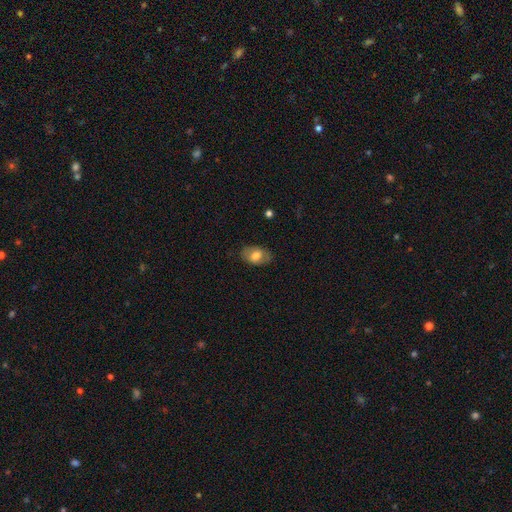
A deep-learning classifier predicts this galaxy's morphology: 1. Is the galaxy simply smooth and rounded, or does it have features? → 68% smooth, 24% featured or disk, 7% star or artifact.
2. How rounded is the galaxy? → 88% in between, 11% round, 1% cigar-shaped.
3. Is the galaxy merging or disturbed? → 79% none, 16% minor disturbance, 4% major disturbance, 1% merger.